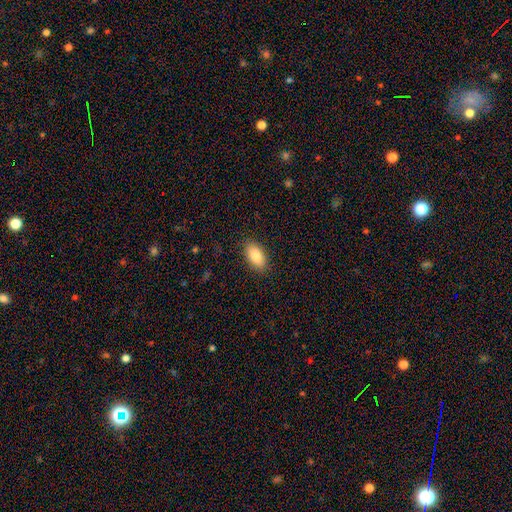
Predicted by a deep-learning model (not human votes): smooth 86%, featured or disk 8%, star or artifact 7%. Down the decision tree: how rounded — in between (92%); merging — none (87%).